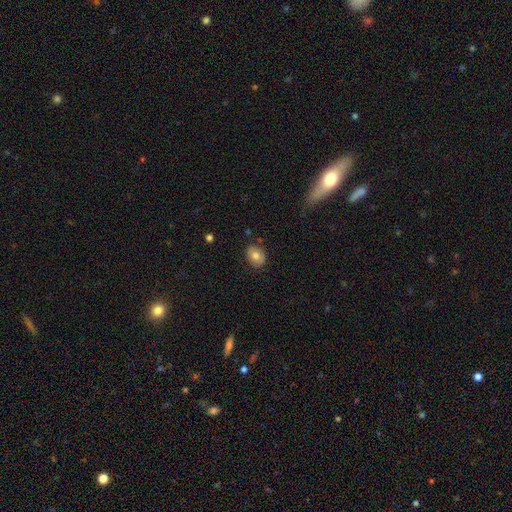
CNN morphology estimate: This is likely a smooth galaxy (77%). How rounded: possibly in between (59%). Merging: clearly none (84%).